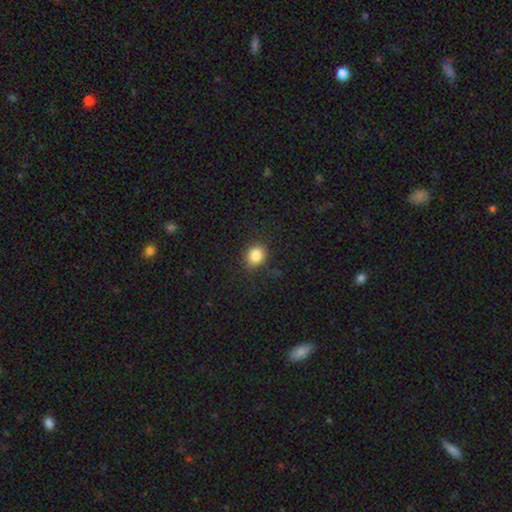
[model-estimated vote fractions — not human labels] Smooth or featured? Predicted: smooth (p=0.83). How rounded? Predicted: round (p=0.63). Merging? Predicted: none (p=0.79).